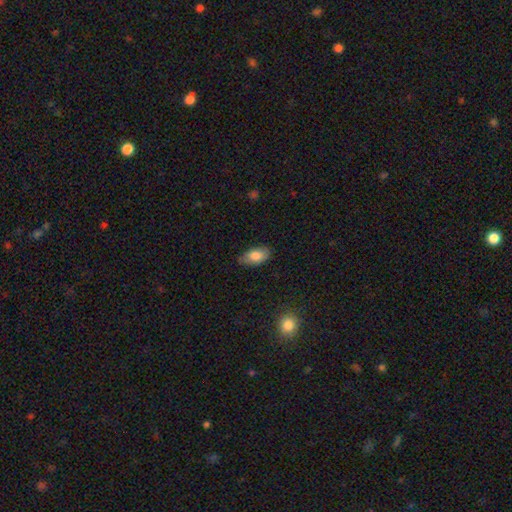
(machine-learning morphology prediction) Overall: smooth (80%). How rounded: in between (91%). Merging: none (80%).